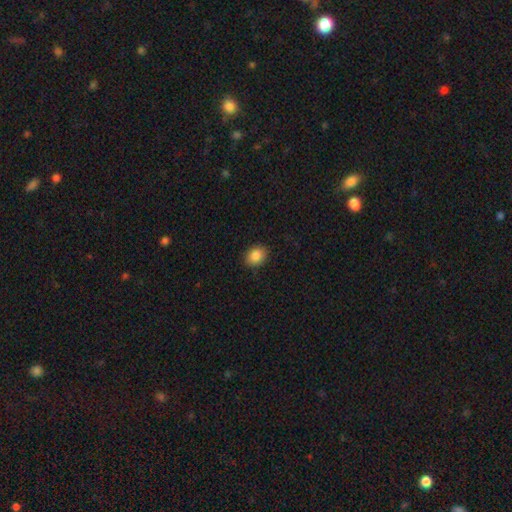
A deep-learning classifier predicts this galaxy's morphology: The model was most divided on "how rounded": in between: 57%, round: 42%, cigar-shaped: 1%. More confident: merging — none (88%); smooth or featured — smooth (87%).